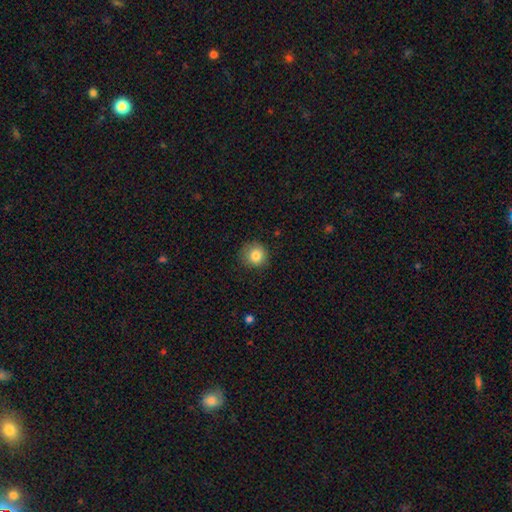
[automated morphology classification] A smooth galaxy with no disk features (83%) that is round (92%). Merging: none (85%).